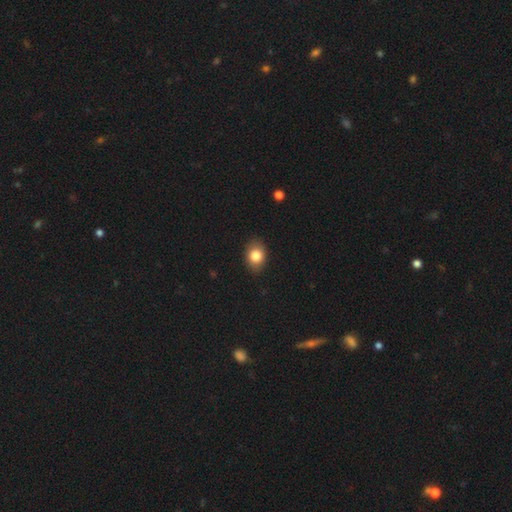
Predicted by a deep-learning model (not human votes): Overall: smooth (83%). How rounded: in between (69%; round 30%). Merging: none (86%).